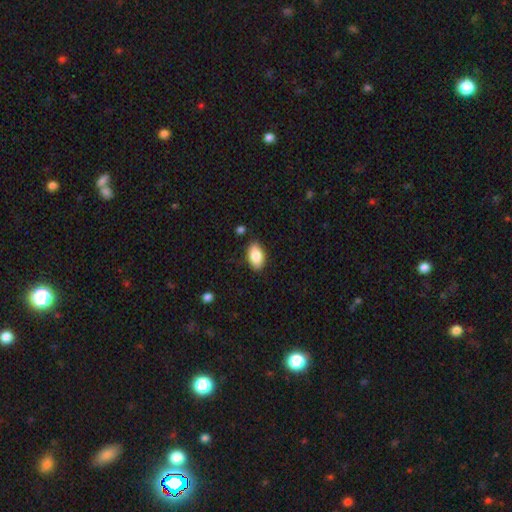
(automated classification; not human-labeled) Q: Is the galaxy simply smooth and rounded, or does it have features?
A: smooth — 85%.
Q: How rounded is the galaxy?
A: in between — 92%.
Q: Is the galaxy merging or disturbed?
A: none — 84%.